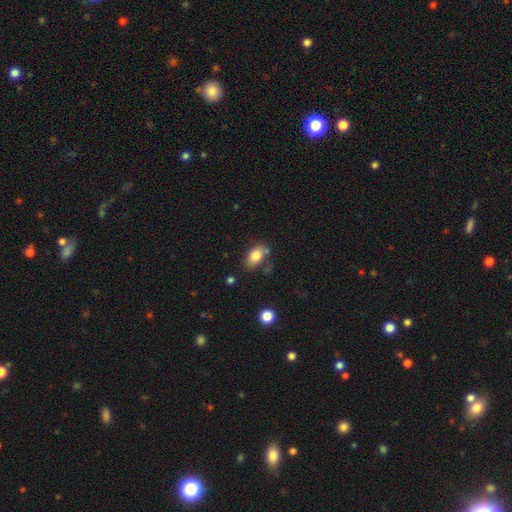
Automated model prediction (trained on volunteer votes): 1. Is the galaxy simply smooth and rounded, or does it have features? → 80% smooth, 12% featured or disk, 9% star or artifact.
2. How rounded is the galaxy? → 85% in between, 13% round, 2% cigar-shaped.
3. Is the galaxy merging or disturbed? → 62% none, 21% minor disturbance, 11% merger, 7% major disturbance.